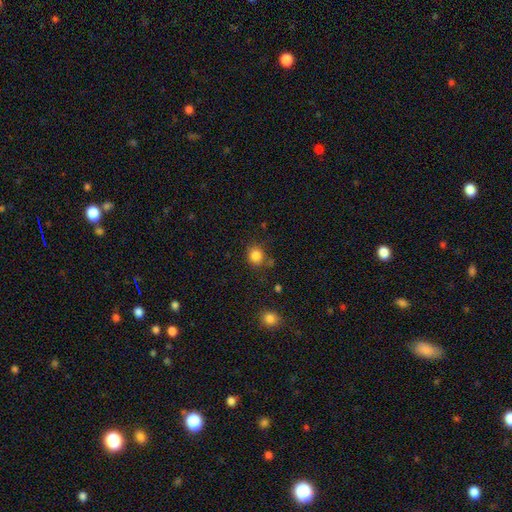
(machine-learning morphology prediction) type=smooth (84%); roundness=round (83%); merging=none (76%).